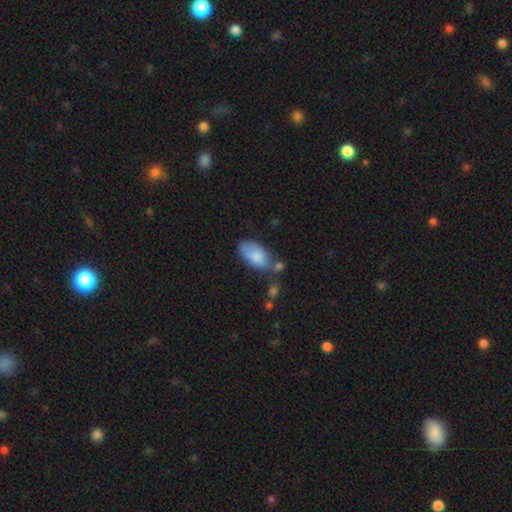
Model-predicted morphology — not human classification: Smooth or featured: smooth — 83% (featured or disk — 11%)
How rounded: in between — 94% (round — 3%)
Merging: none — 50% (minor disturbance — 26%)